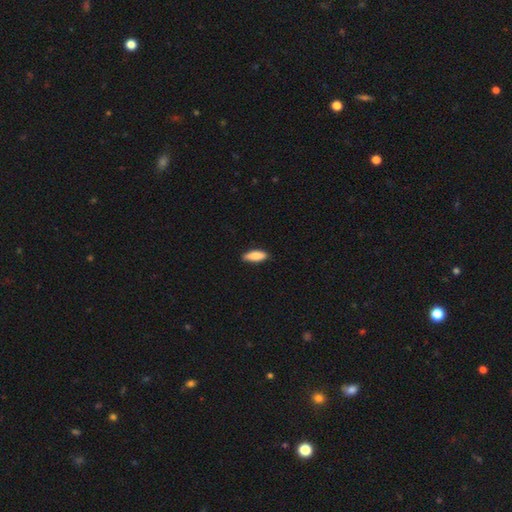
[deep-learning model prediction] smooth-or-featured: smooth: 86% | featured or disk: 9% | star or artifact: 6%
  how-rounded: in between: 65% | cigar-shaped: 33% | round: 2%
  merging: none: 86% | minor disturbance: 11% | major disturbance: 2% | merger: 1%